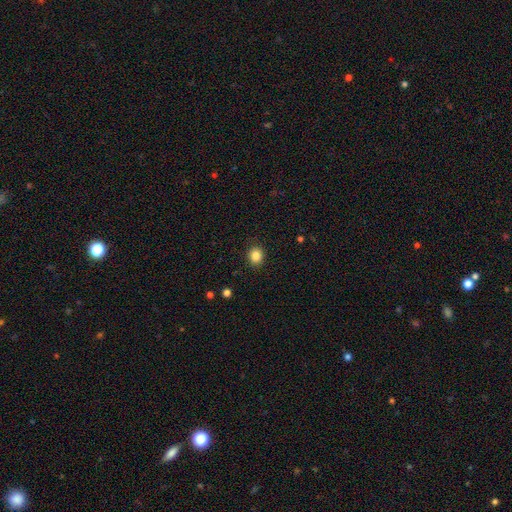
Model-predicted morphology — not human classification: smooth-or-featured: smooth: 85% | star or artifact: 10% | featured or disk: 5%
  how-rounded: round: 67% | in between: 32% | cigar-shaped: 1%
  merging: none: 90% | minor disturbance: 7% | major disturbance: 2% | merger: 1%